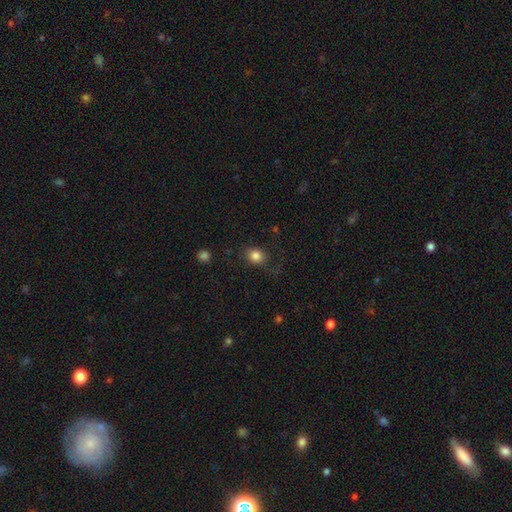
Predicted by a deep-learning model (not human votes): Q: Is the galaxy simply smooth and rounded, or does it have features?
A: smooth — 83%.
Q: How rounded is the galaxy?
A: round — 63%.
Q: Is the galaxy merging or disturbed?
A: none — 73%.